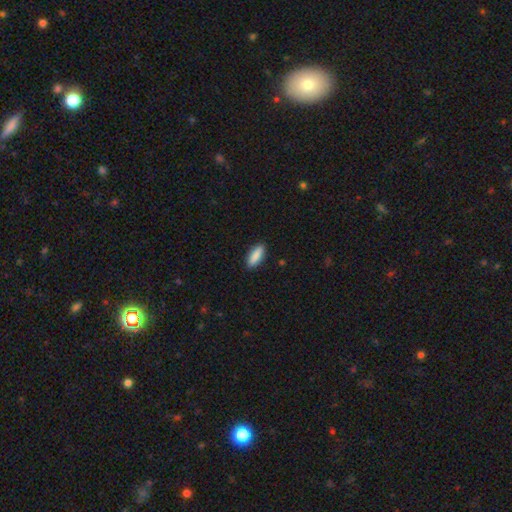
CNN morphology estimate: smooth_or_featured: smooth (p=0.88) [alt: featured or disk p=0.06]
how_rounded: in between (p=0.59) [alt: cigar-shaped p=0.39]
merging: none (p=0.89) [alt: minor disturbance p=0.08]